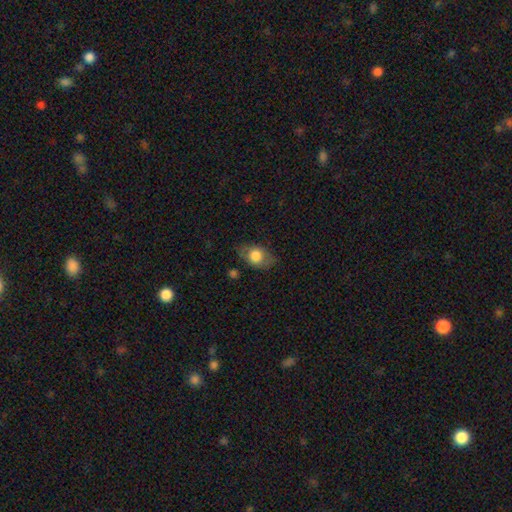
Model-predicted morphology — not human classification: A smooth galaxy with no disk features (68%) that is in between round and cigar-shaped (76%). Merging: none (74%).